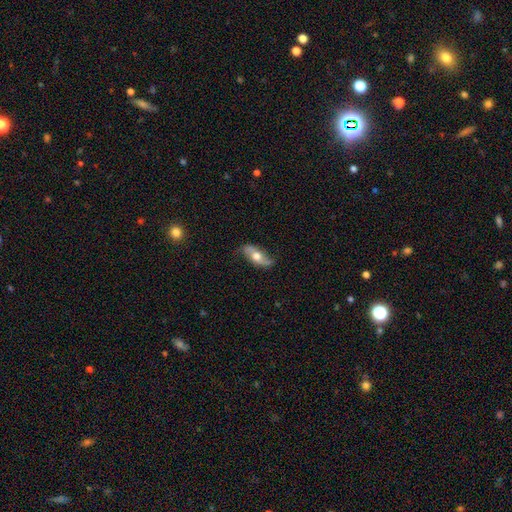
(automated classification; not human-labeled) smooth_or_featured: featured or disk (p=0.57) [alt: smooth p=0.37]
disk_edge_on: no (p=0.76) [alt: yes p=0.24]
merging: none (p=0.75) [alt: minor disturbance p=0.19]